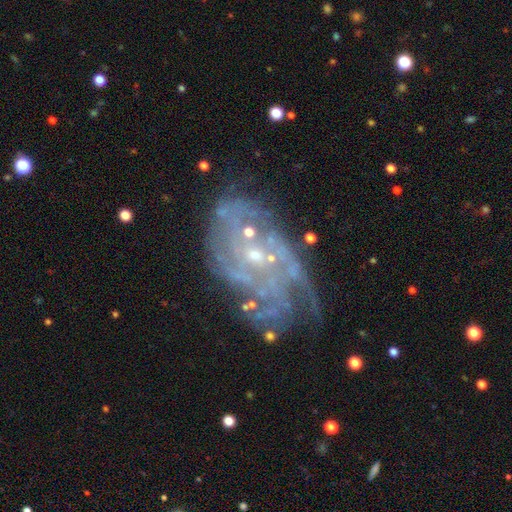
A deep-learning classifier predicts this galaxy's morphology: Smooth or featured?
  - featured or disk: 81% *
  - star or artifact: 10%
  - smooth: 9%
Edge-on disk?
  - no: 96% *
  - yes: 4%
Bar?
  - no: 68% *
  - weak: 26%
  - strong: 6%
Spiral arms?
  - yes: 82% *
  - no: 18%
Spiral winding?
  - tight: 55% *
  - medium: 31%
  - loose: 14%
Spiral arm count?
  - can't tell: 45% *
  - 4: 14%
  - more than 4: 13%
  - 3: 11%
  - 2: 10%
  - 1: 6%
Bulge size?
  - small: 75% *
  - moderate: 16%
  - none: 7%
  - large: 1%
  - dominant: 1%
Merging?
  - none: 47% *
  - minor disturbance: 23%
  - major disturbance: 22%
  - merger: 8%